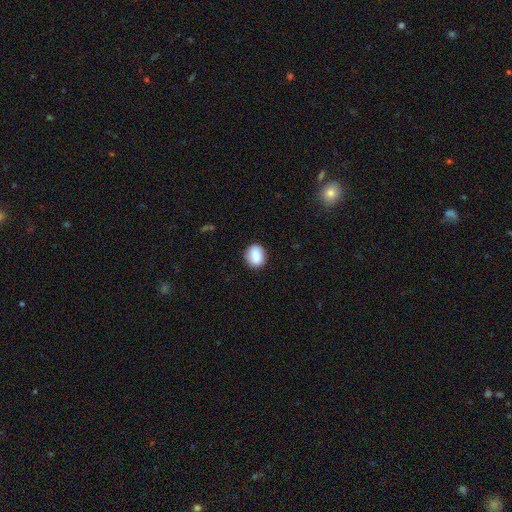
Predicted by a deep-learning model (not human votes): Overall: smooth (84%). How rounded: round (54%; in between 45%). Merging: none (85%).